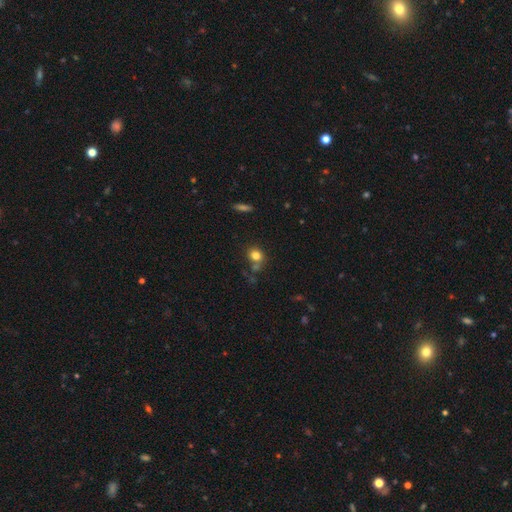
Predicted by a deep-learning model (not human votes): A smooth galaxy with no disk features (79%) that is round (67%). Merging: none (62%).